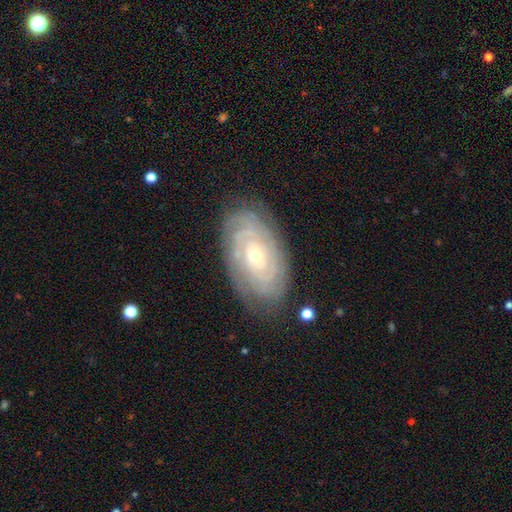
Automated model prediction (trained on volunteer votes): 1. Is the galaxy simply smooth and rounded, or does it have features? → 84% featured or disk, 10% smooth, 6% star or artifact.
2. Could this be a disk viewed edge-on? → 95% no, 5% yes.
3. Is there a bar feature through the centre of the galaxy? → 76% no, 18% weak, 6% strong.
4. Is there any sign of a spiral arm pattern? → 95% yes, 5% no.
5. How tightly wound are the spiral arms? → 84% tight, 13% medium, 3% loose.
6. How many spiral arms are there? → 35% can't tell, 20% 2, 17% 3, 15% 4, 7% more than 4, 5% 1.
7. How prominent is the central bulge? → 61% small, 36% moderate, 1% large, 1% none, 1% dominant.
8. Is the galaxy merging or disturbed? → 81% none, 14% minor disturbance, 4% major disturbance, 1% merger.